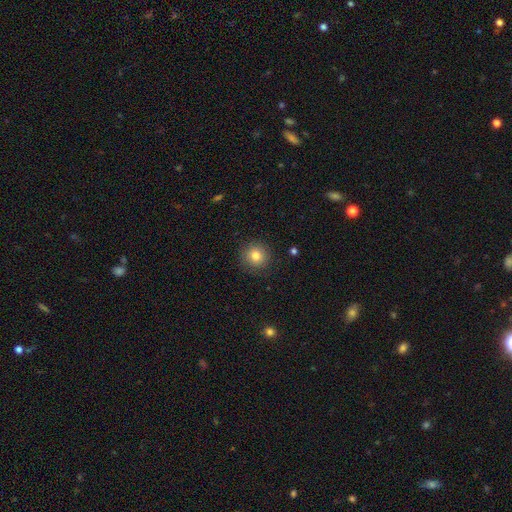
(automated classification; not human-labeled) Smooth or featured? Predicted: smooth (p=0.82). How rounded? Predicted: round (p=0.93). Merging? Predicted: none (p=0.89).